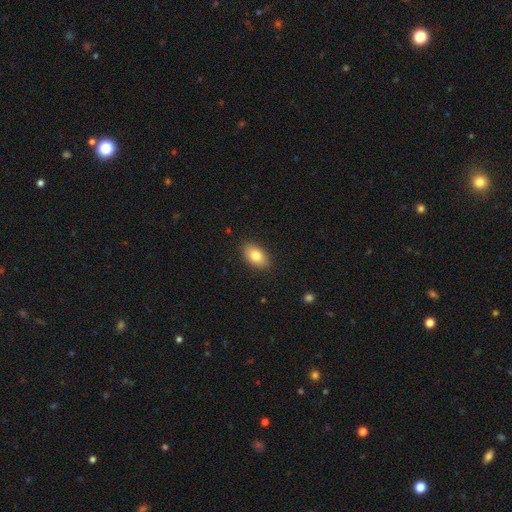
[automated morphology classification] Smooth or featured: smooth — 81% (featured or disk — 12%)
How rounded: in between — 90% (round — 8%)
Merging: none — 88% (minor disturbance — 9%)